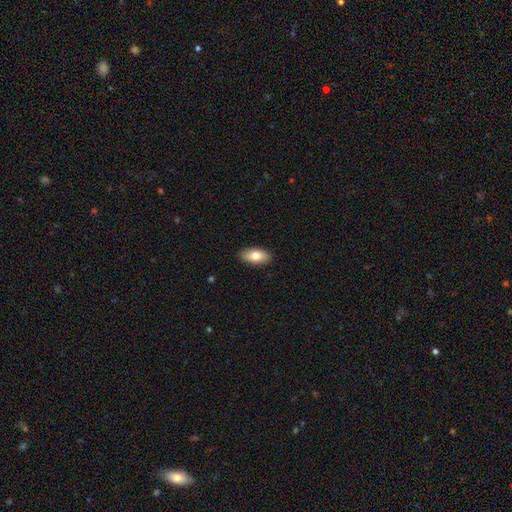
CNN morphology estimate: Smooth or featured: smooth — 79% (featured or disk — 15%)
How rounded: in between — 91% (cigar-shaped — 5%)
Merging: none — 88% (minor disturbance — 9%)